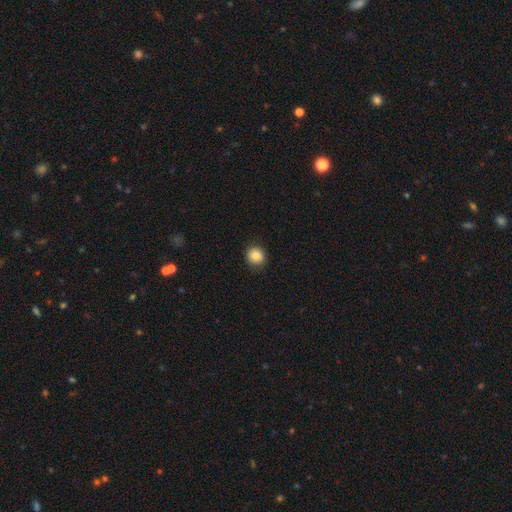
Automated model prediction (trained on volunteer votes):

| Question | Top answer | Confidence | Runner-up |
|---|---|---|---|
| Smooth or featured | smooth | 85% | star or artifact (9%) |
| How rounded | round | 88% | in between (11%) |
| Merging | none | 88% | minor disturbance (8%) |